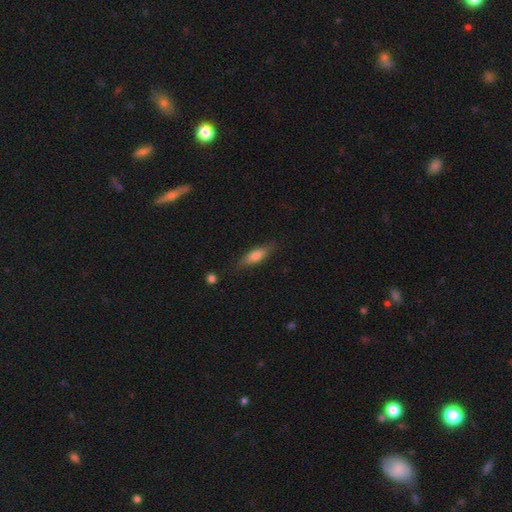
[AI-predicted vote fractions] The model was most divided on "how rounded" (2-way tie): cigar-shaped: 49%, in between: 49%, round: 2%. More confident: merging — none (81%); smooth or featured — smooth (68%).